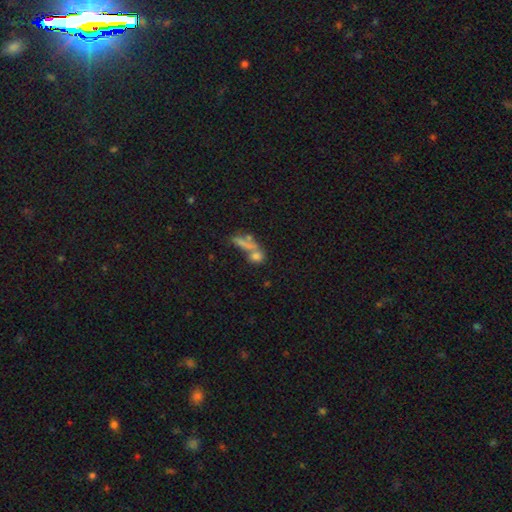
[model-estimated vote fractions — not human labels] A smooth galaxy with no disk features (69%) that is in between round and cigar-shaped (42%).

Vote fractions:
- Smooth or featured? smooth: 69% / featured or disk: 17% / star or artifact: 14%
- How rounded? in between: 42% / round: 38% / cigar-shaped: 21%
- Merging? merger: 45% / none: 36% / minor disturbance: 10% / major disturbance: 9%